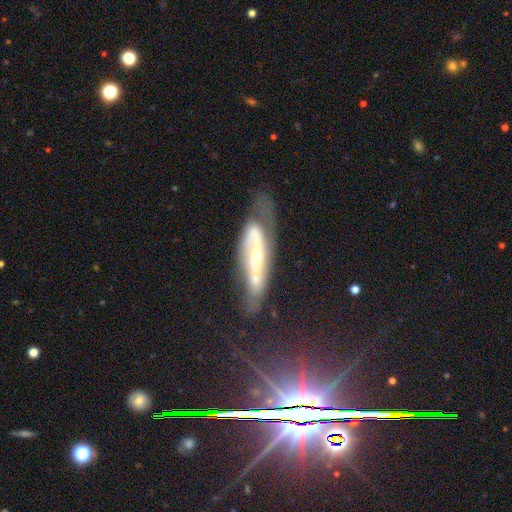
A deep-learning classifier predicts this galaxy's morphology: type=featured or disk (74%); edge-on=no (73%); bar=no (41%); spiral arms=yes (72%); bulge=small (53%); merging=none (46%).